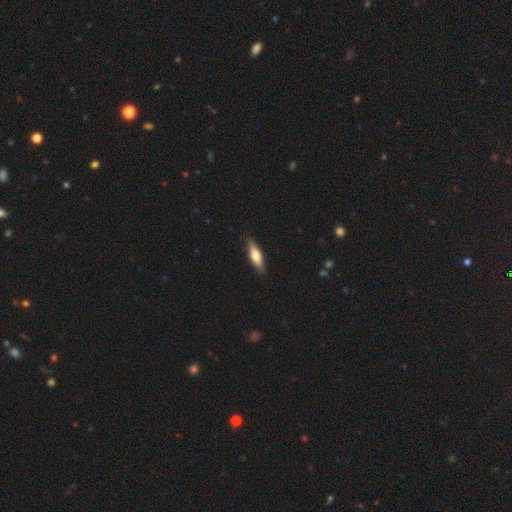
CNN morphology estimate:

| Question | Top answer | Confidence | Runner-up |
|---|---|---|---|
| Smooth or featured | smooth | 64% | featured or disk (30%) |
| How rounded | cigar-shaped | 54% | in between (44%) |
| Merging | none | 86% | minor disturbance (11%) |